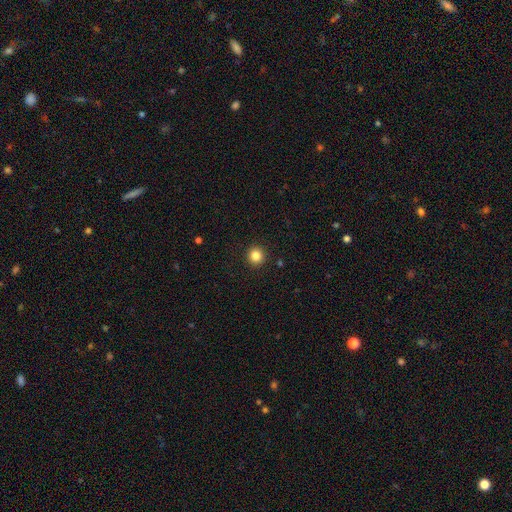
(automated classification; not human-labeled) This is clearly a smooth galaxy (84%). How rounded: clearly round (94%). Merging: clearly none (93%).